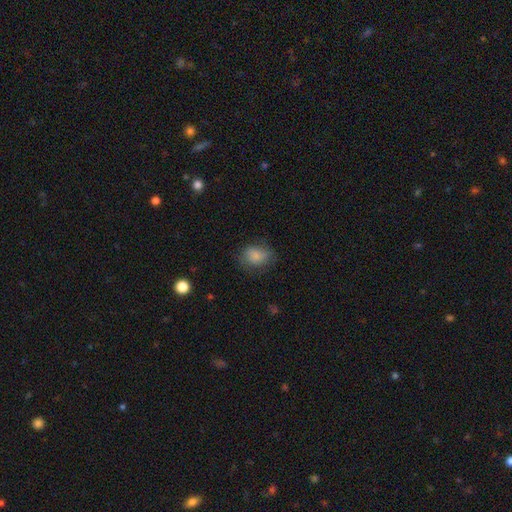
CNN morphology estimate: Smooth or featured: smooth — 83% (featured or disk — 9%)
How rounded: in between — 62% (round — 36%)
Merging: none — 66% (minor disturbance — 24%)